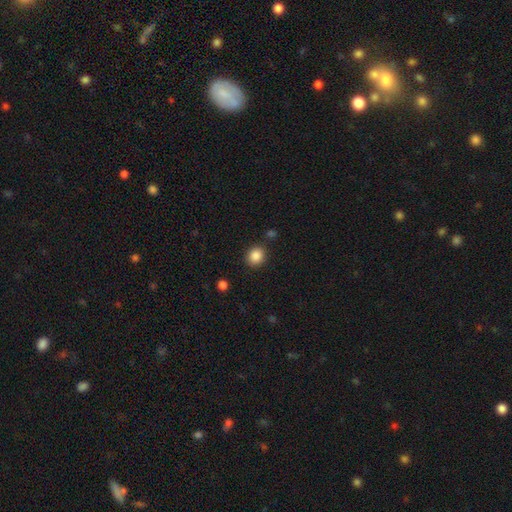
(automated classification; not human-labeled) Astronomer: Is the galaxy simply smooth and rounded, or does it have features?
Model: smooth — 87%.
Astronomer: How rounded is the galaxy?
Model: round — 70%.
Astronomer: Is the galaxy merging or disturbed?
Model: none — 85%.